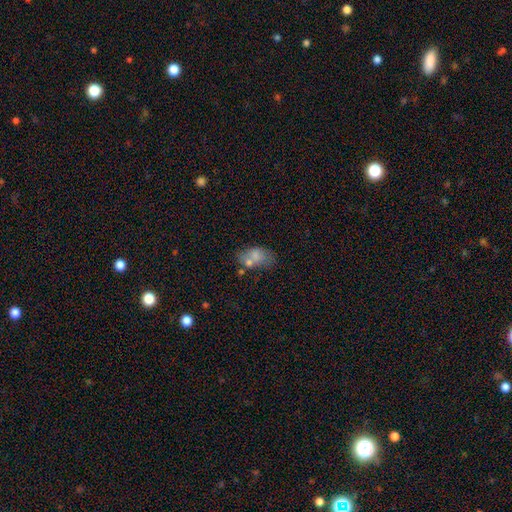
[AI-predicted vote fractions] smooth 66%, featured or disk 24%, star or artifact 10%. Down the decision tree: how rounded — in between (86%); merging — none (38%).